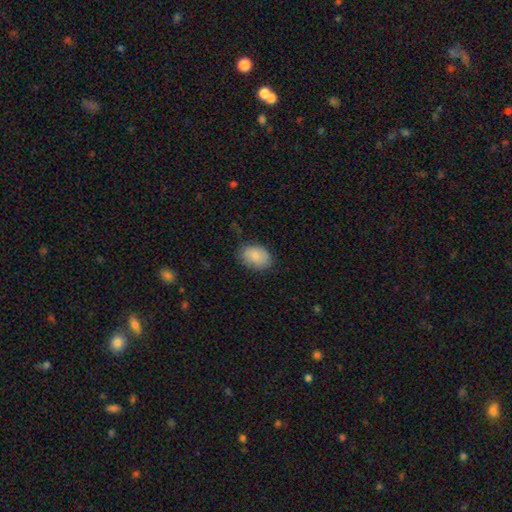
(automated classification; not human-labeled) smooth 86%, featured or disk 7%, star or artifact 7%. Down the decision tree: how rounded — in between (82%); merging — none (76%).